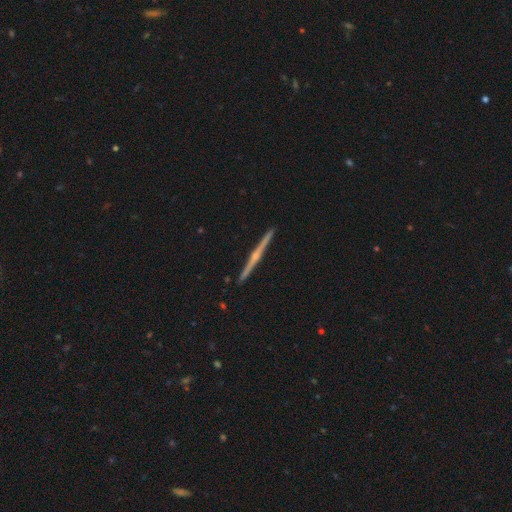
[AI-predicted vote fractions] The model was most divided on "edge-on bulge": rounded: 78%, none: 15%, boxy: 6%. More confident: edge-on disk — yes (99%); merging — none (93%); smooth or featured — featured or disk (82%).